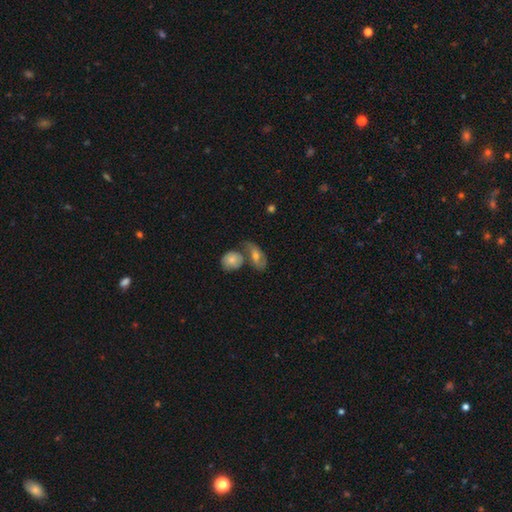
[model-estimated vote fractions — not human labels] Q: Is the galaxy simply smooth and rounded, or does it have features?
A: featured or disk — 45%.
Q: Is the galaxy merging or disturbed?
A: none — 42%.